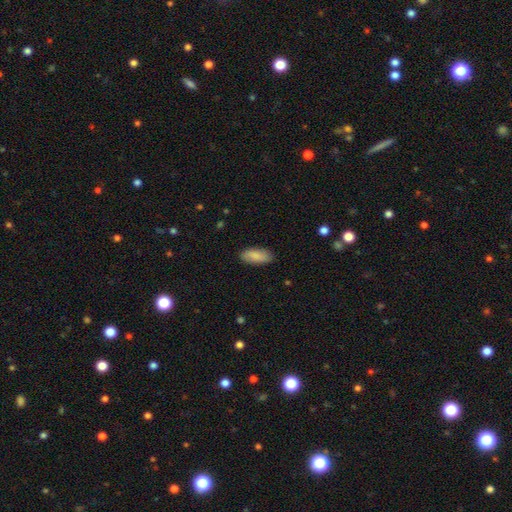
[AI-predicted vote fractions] Smooth or featured? smooth (88%)
How rounded? in between (85%)
Merging? none (86%)